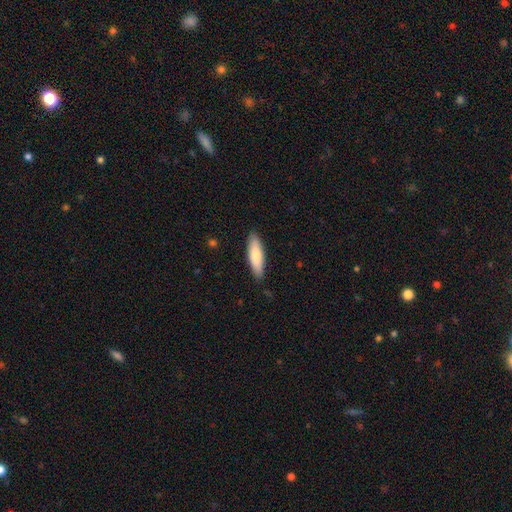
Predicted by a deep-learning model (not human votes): A smooth galaxy with no disk features (75%) that is cigar-shaped (54%).

Vote fractions:
- Smooth or featured? smooth: 75% / featured or disk: 20% / star or artifact: 5%
- How rounded? cigar-shaped: 54% / in between: 45% / round: 2%
- Merging? none: 87% / minor disturbance: 10% / major disturbance: 2% / merger: 1%